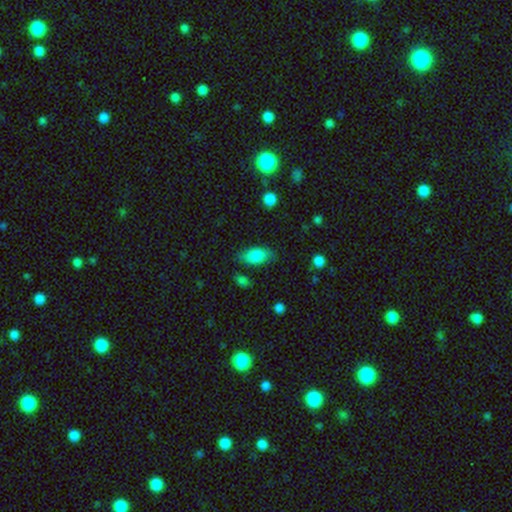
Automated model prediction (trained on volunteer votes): This appears to be a smooth galaxy with no disk features (82%) that is in between round and cigar-shaped (91%). Merging: none (75%).